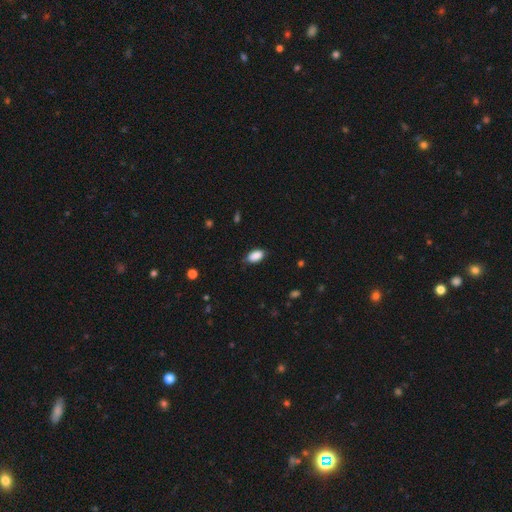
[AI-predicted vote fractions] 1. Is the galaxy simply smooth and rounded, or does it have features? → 88% smooth, 7% star or artifact, 5% featured or disk.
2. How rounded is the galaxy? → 92% in between, 4% round, 4% cigar-shaped.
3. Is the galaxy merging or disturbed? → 80% none, 16% minor disturbance, 3% major disturbance, 1% merger.